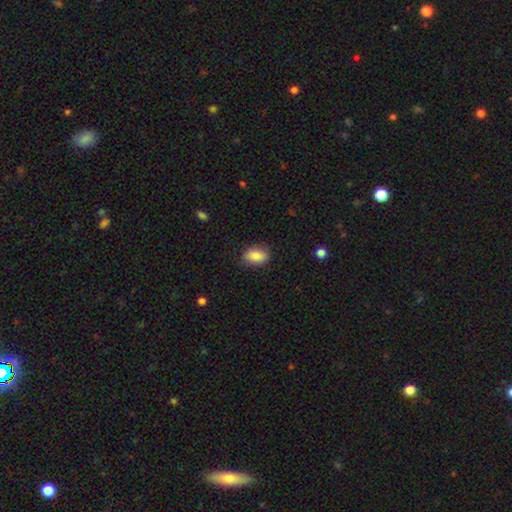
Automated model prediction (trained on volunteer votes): smooth 85%, featured or disk 8%, star or artifact 7%. Down the decision tree: how rounded — in between (84%); merging — none (82%).